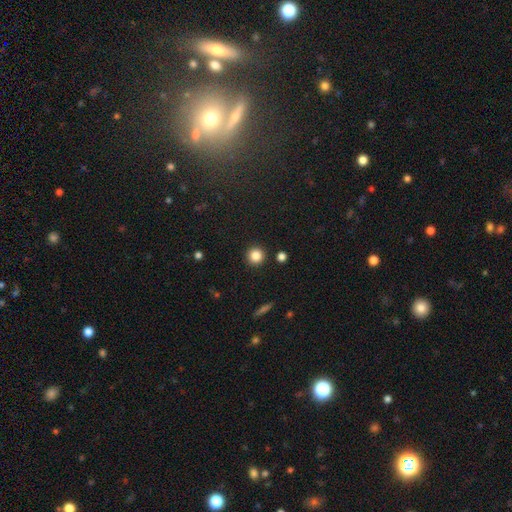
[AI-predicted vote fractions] This is clearly a smooth galaxy (84%). How rounded: clearly round (95%). Merging: clearly none (92%).